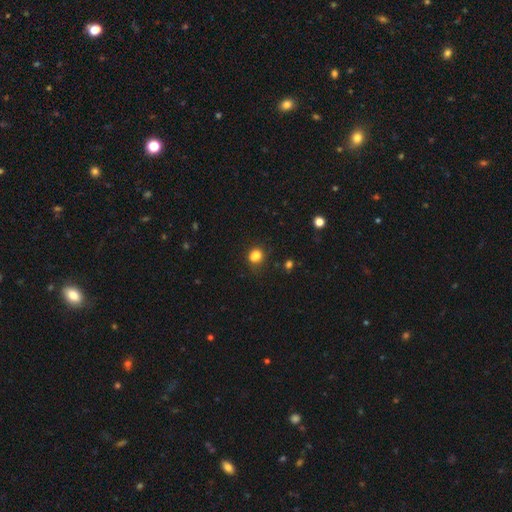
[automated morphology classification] Smooth or featured? Predicted: smooth (p=0.82). How rounded? Predicted: round (p=0.69). Merging? Predicted: none (p=0.65).